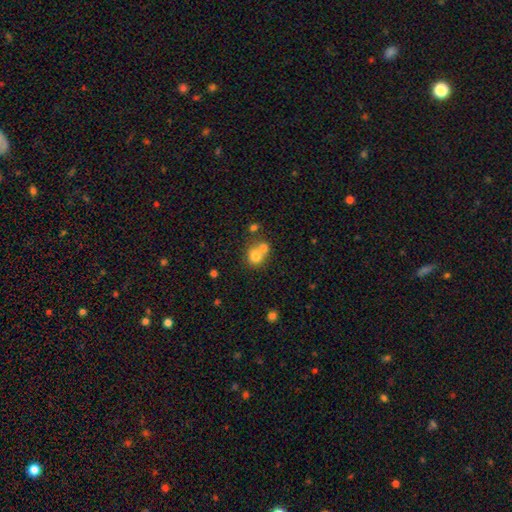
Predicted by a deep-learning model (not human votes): smooth-or-featured: smooth: 75% | featured or disk: 13% | star or artifact: 12%
  how-rounded: round: 82% | in between: 17% | cigar-shaped: 1%
  merging: merger: 50% | none: 40% | minor disturbance: 7% | major disturbance: 3%